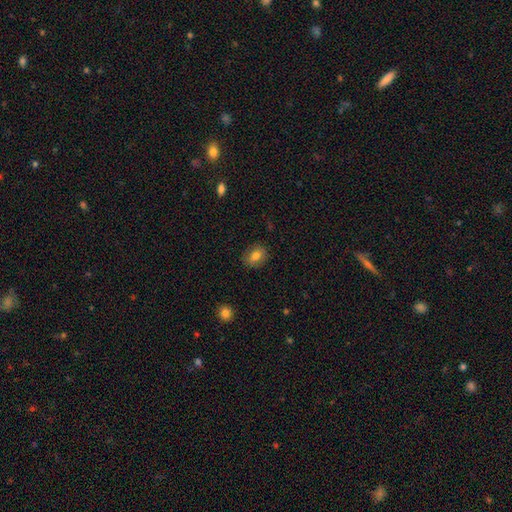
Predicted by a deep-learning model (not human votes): smooth-or-featured: smooth: 79% | featured or disk: 12% | star or artifact: 10%
  how-rounded: in between: 50% | round: 49% | cigar-shaped: 1%
  merging: none: 86% | minor disturbance: 11% | major disturbance: 2% | merger: 1%